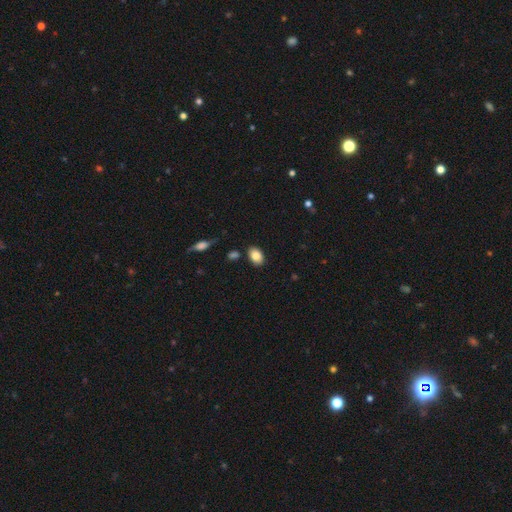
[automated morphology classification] Overall: smooth (83%). How rounded: in between (85%). Merging: none (84%).